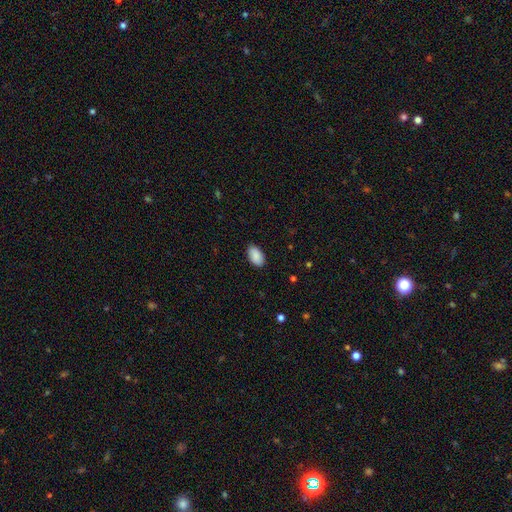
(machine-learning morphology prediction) Smooth or featured? Predicted: smooth (p=0.90). How rounded? Predicted: in between (p=0.95). Merging? Predicted: none (p=0.87).